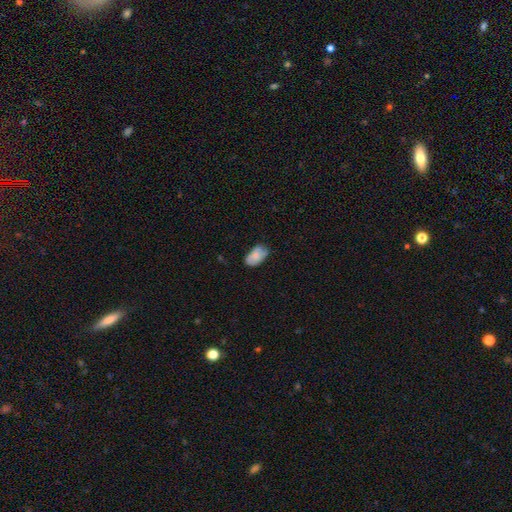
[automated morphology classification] Smooth or featured? Predicted: smooth (p=0.75). How rounded? Predicted: in between (p=0.93). Merging? Predicted: none (p=0.61).